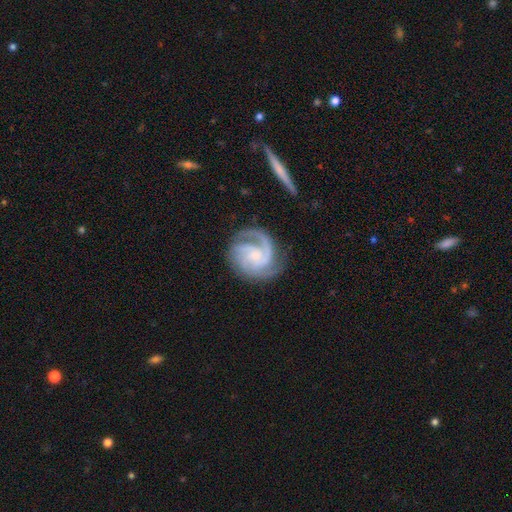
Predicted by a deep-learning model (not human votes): Overall: featured or disk (90%). Edge-on disk: no (98%). Bar: no (64%; weak 29%). Spiral arms: yes (98%). Spiral arm count: 3 (59%). Spiral winding: tight (53%; medium 40%). Bulge size: small (61%; moderate 23%). Merging: none (73%).